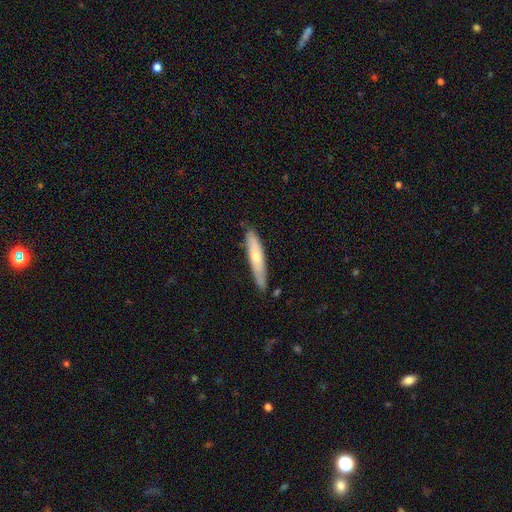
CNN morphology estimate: Q: Smooth or featured?
A: smooth (58%); runner-up: featured or disk (36%)
Q: How rounded?
A: cigar-shaped (89%); runner-up: in between (10%)
Q: Merging?
A: none (81%); runner-up: minor disturbance (15%)